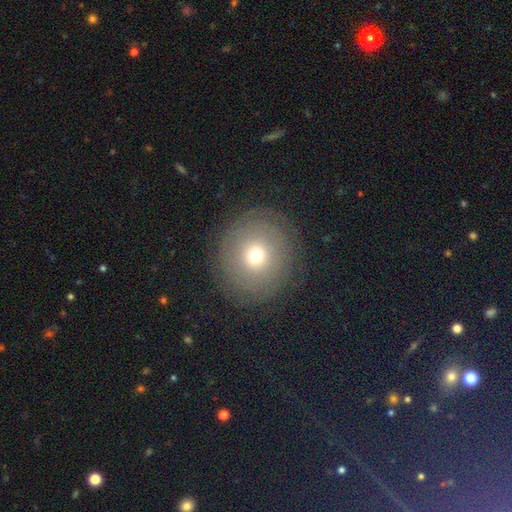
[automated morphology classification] A smooth galaxy with no disk features (57%) that is round (89%).

Vote fractions:
- Smooth or featured? smooth: 57% / featured or disk: 30% / star or artifact: 13%
- How rounded? round: 89% / in between: 10% / cigar-shaped: 1%
- Merging? none: 84% / minor disturbance: 10% / major disturbance: 5% / merger: 1%